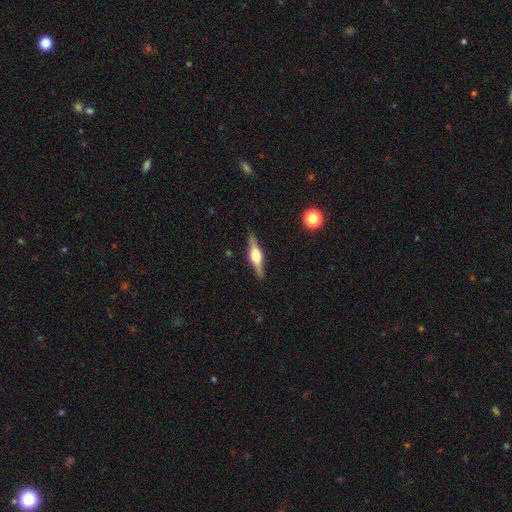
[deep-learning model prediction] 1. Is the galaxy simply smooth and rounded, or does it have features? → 78% featured or disk, 17% smooth, 6% star or artifact.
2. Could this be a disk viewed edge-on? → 98% yes, 2% no.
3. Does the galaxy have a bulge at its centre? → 90% rounded, 8% boxy, 2% none.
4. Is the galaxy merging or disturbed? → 90% none, 7% minor disturbance, 2% major disturbance, 1% merger.